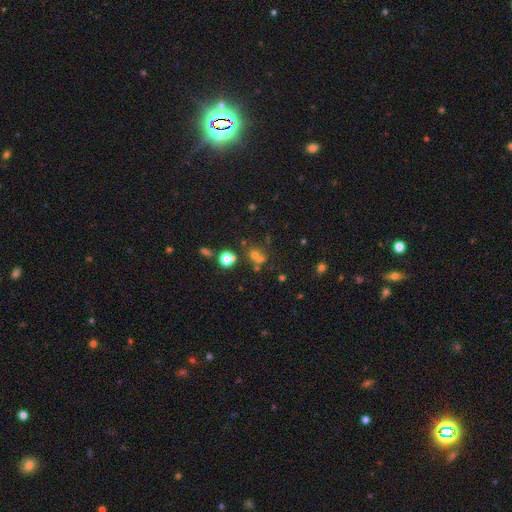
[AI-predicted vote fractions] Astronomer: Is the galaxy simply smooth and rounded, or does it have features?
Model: smooth — 51% (runner-up: star or artifact, 35%).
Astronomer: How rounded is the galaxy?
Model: round — 82%.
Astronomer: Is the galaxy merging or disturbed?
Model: none — 55% (runner-up: merger, 31%).